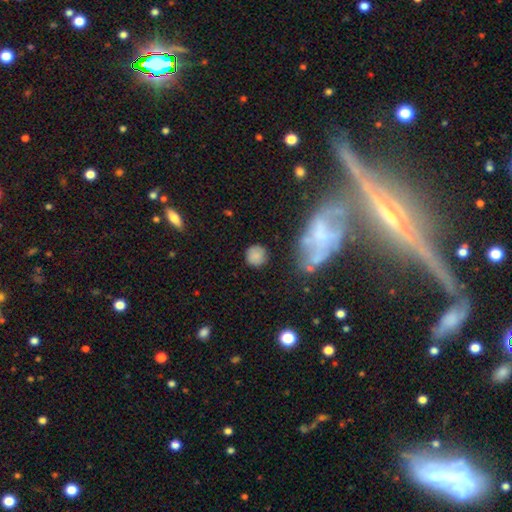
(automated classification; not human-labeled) Smooth or featured? smooth (79%)
How rounded? round (90%)
Merging? none (79%)